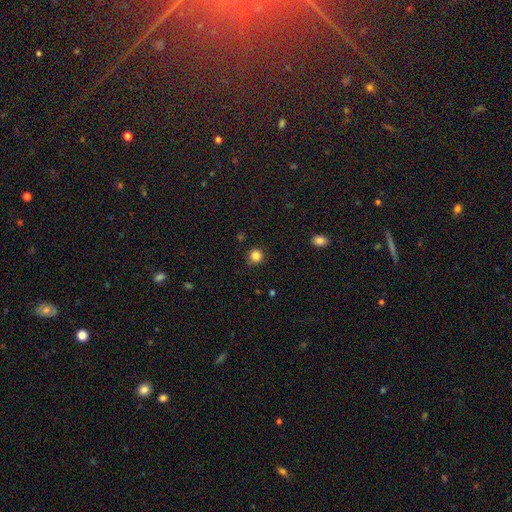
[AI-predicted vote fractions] This is clearly a smooth galaxy (85%). How rounded: clearly round (92%). Merging: clearly none (88%).